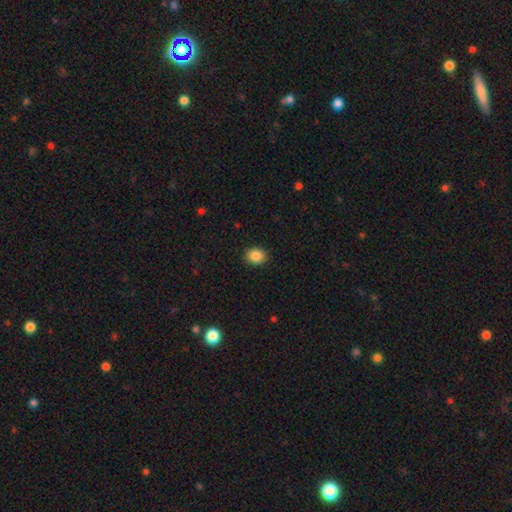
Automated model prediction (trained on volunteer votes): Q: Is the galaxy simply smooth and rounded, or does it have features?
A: smooth — 87%.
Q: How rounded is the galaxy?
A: round — 60%.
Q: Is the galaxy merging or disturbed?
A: none — 89%.